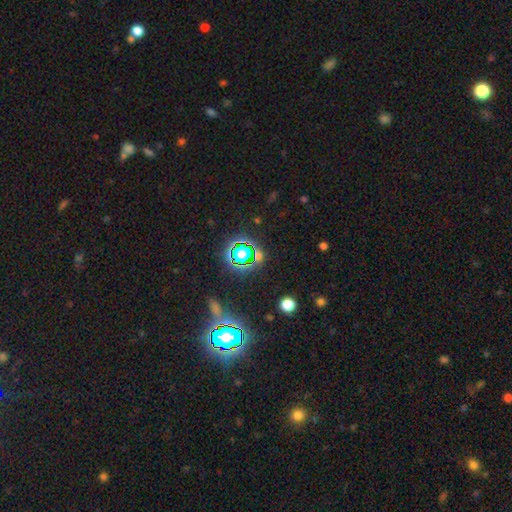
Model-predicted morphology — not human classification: smooth-or-featured: star or artifact: 75% | smooth: 16% | featured or disk: 9%